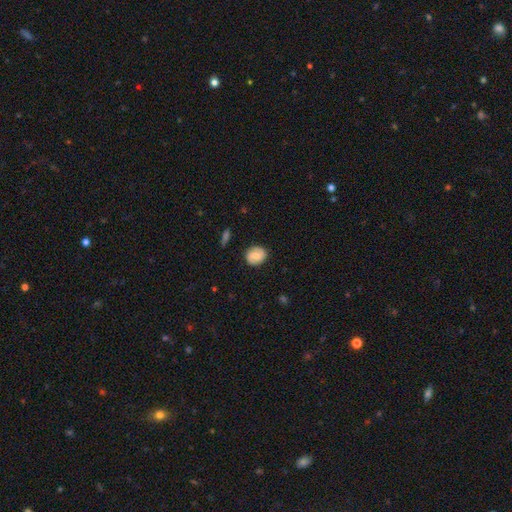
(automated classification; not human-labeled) Overall: featured or disk (49%; smooth 43%). Merging: none (83%).